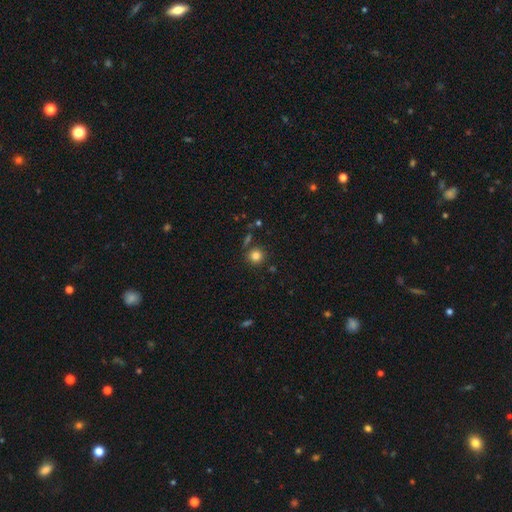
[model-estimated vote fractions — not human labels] Smooth or featured? smooth (82%)
How rounded? round (93%)
Merging? none (82%)